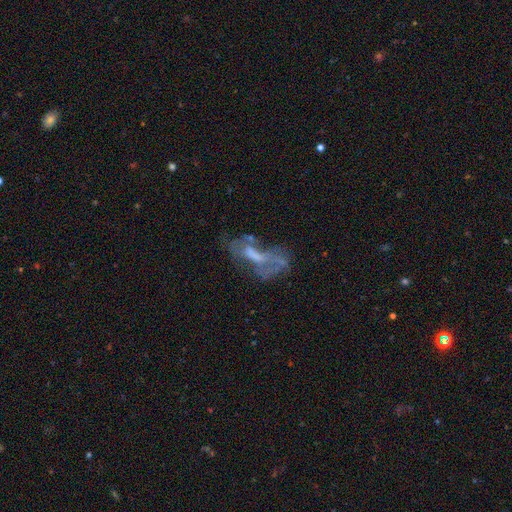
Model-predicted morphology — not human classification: Smooth or featured: featured or disk — 60% (smooth — 25%)
Edge-on disk: no — 92% (yes — 8%)
Bar: no — 59% (weak — 29%)
Spiral arms: no — 69% (yes — 31%)
Bulge size: none — 45% (moderate — 26%)
Merging: major disturbance — 37% (none — 31%)